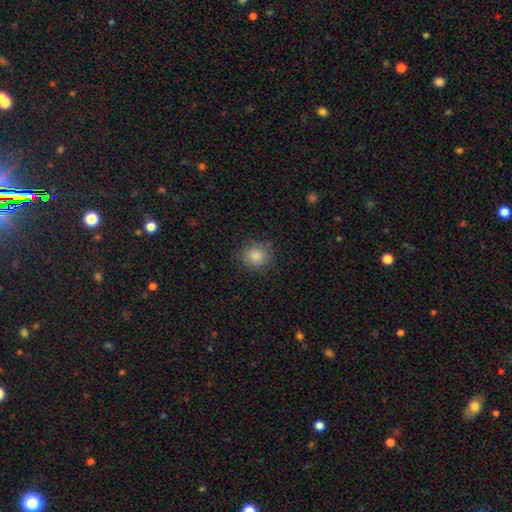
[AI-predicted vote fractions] A smooth galaxy with no disk features (84%) that is round (82%).

Vote fractions:
- Smooth or featured? smooth: 84% / star or artifact: 11% / featured or disk: 5%
- How rounded? round: 82% / in between: 18% / cigar-shaped: 1%
- Merging? none: 86% / minor disturbance: 10% / major disturbance: 3% / merger: 1%